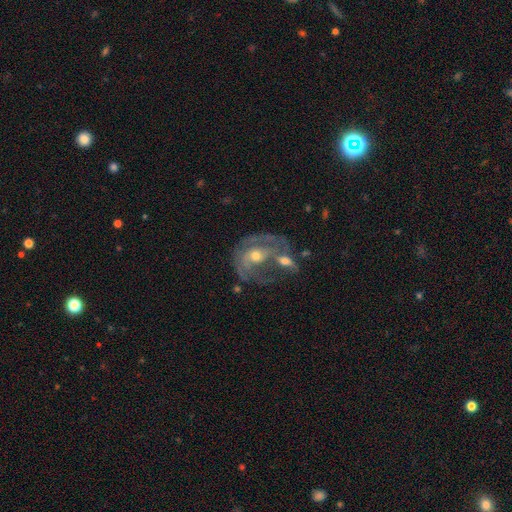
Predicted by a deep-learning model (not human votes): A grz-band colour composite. It shows a featured or disk galaxy (77%) with no bar (54%), 2 (43%) tight (45%) spiral arms (74%) and a moderate central bulge (62%). Merging: merger (48%).